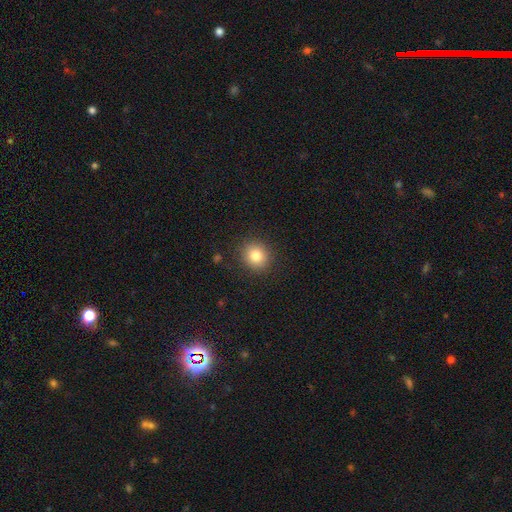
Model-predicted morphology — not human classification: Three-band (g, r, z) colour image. It shows a smooth galaxy with no disk features (82%) that is round (83%). Merging: none (90%).